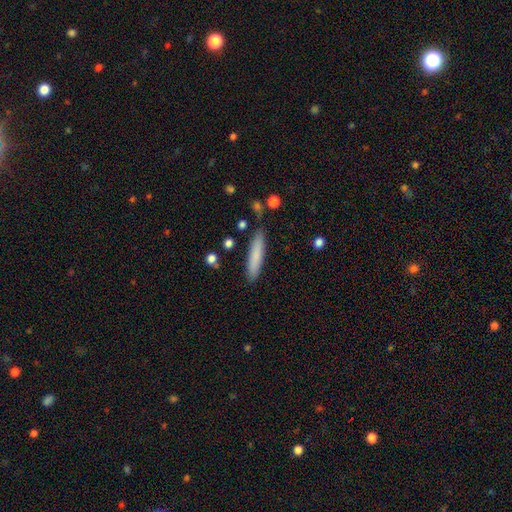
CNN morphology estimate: smooth-or-featured: smooth: 79% | featured or disk: 14% | star or artifact: 6%
  how-rounded: cigar-shaped: 87% | in between: 12% | round: 1%
  merging: none: 83% | minor disturbance: 12% | merger: 3% | major disturbance: 2%